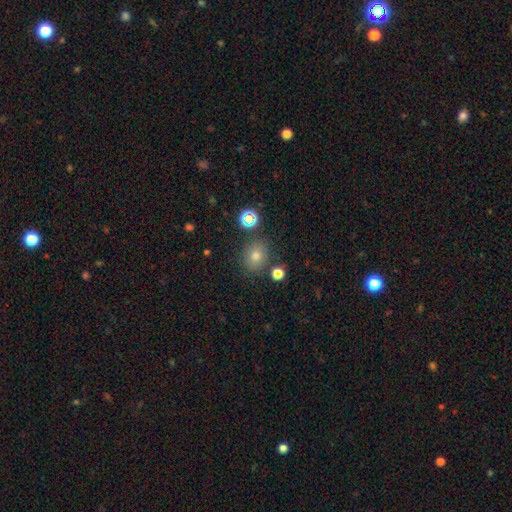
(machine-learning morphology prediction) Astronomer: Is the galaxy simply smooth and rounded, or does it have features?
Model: smooth — 71%.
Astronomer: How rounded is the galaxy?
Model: round — 66%.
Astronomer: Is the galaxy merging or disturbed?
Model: none — 82%.